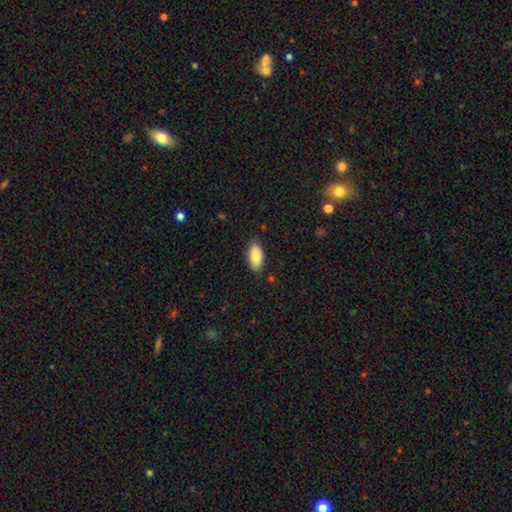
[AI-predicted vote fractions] This is clearly a smooth galaxy (86%). How rounded: clearly in between (91%). Merging: clearly none (84%).